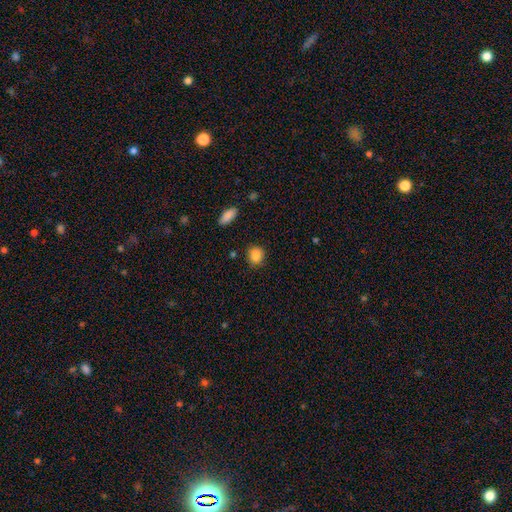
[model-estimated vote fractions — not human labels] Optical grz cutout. It shows a smooth galaxy with no disk features (85%) that is round (73%). Merging: none (84%).